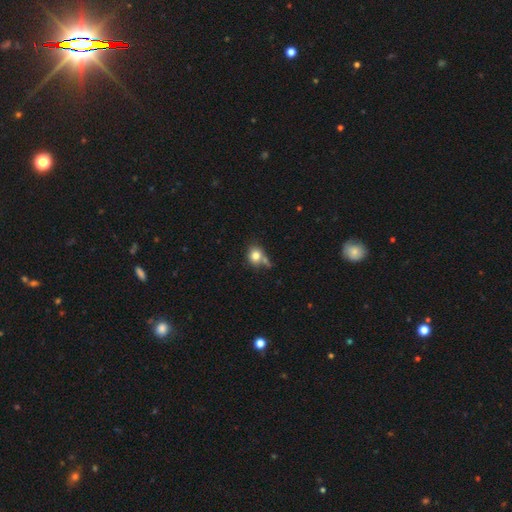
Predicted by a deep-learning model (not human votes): This is likely a smooth galaxy (79%). How rounded: likely round (70%). Merging: possibly none (53%).